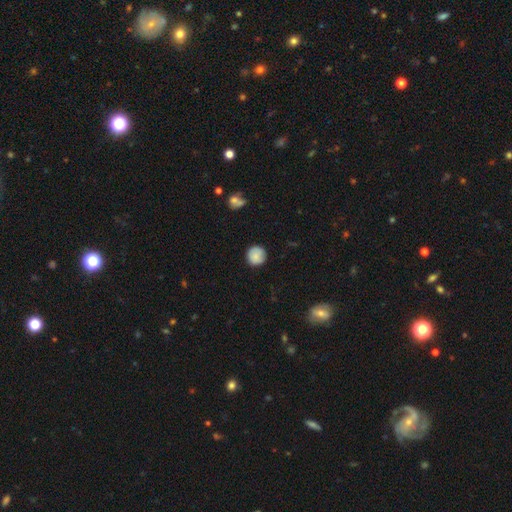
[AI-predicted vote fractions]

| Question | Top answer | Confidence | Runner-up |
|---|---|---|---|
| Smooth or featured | smooth | 84% | featured or disk (8%) |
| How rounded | round | 94% | in between (5%) |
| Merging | none | 85% | minor disturbance (11%) |